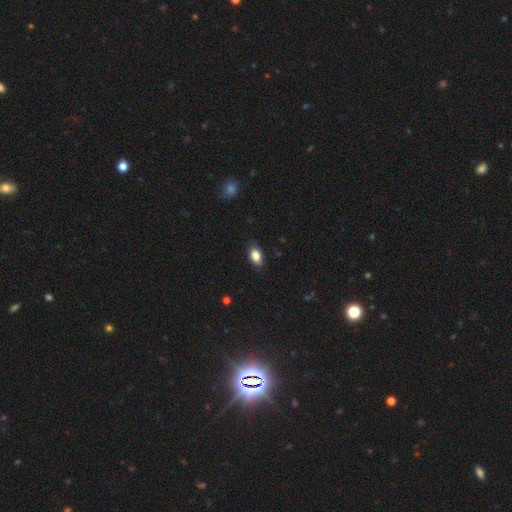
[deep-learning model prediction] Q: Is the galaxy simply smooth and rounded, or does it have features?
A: smooth — 84%.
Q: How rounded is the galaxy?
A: in between — 89%.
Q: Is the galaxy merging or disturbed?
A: none — 82%.